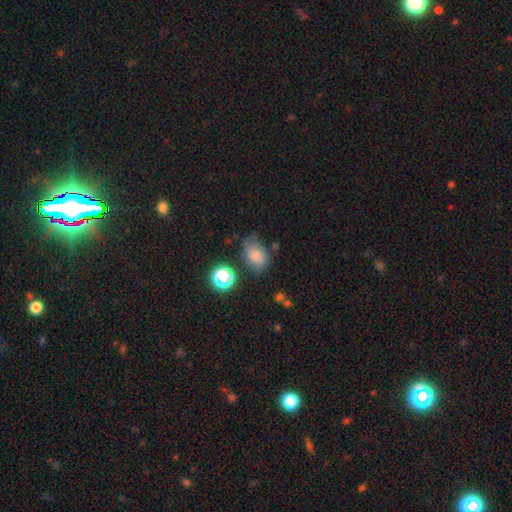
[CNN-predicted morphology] A smooth galaxy with no disk features (74%) that is in between round and cigar-shaped (73%). Merging: none (55%).